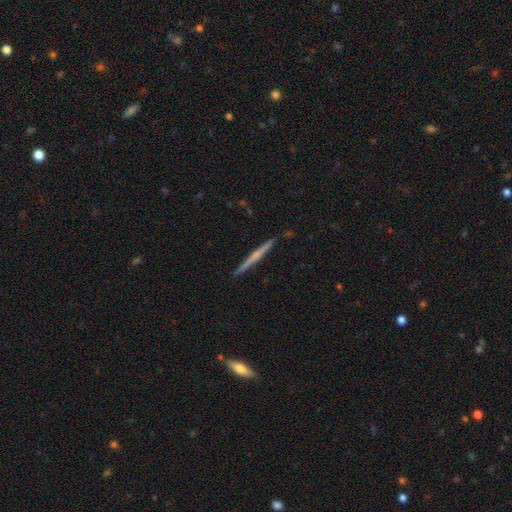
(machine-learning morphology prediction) featured or disk 63%, smooth 31%, star or artifact 6%. Down the decision tree: edge-on disk — yes (98%); edge-on bulge — none (47%); merging — none (92%).